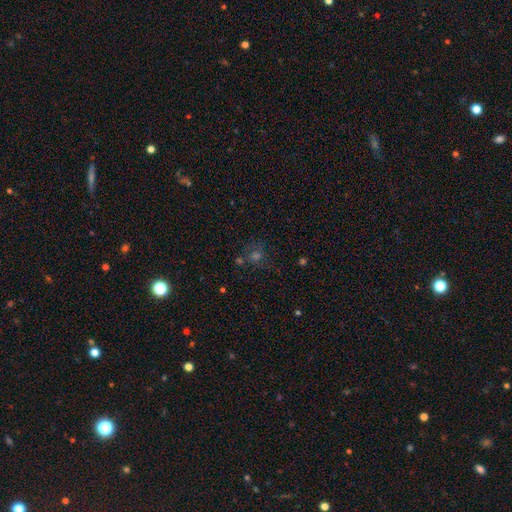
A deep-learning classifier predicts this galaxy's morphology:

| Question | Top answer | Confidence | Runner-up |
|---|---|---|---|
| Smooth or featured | star or artifact | 44% | smooth (39%) |